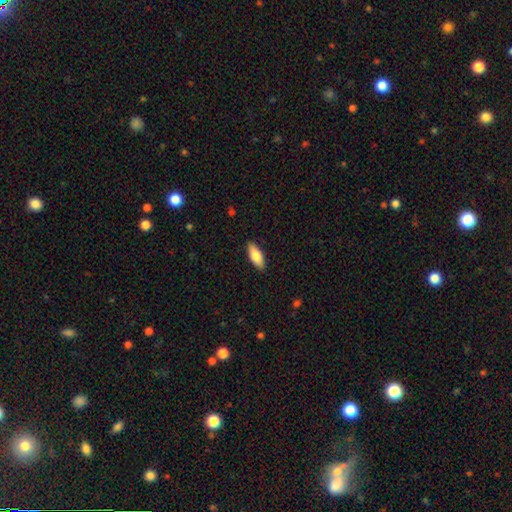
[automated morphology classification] Overall: smooth (74%). How rounded: in between (74%). Merging: none (89%).